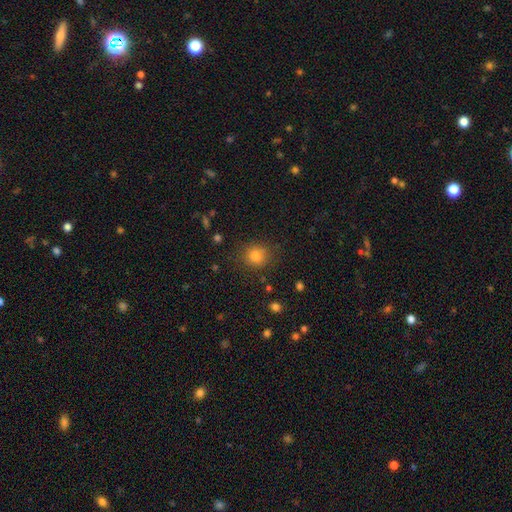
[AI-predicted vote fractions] This appears to be a smooth galaxy with no disk features (80%) that is round (87%). Merging: none (86%).